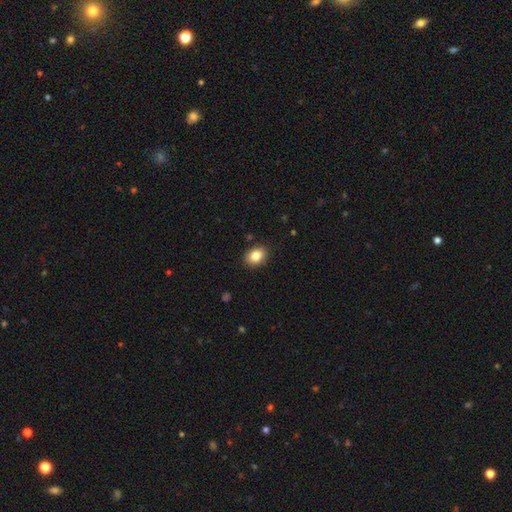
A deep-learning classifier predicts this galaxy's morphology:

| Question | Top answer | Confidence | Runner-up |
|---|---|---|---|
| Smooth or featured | smooth | 85% | star or artifact (9%) |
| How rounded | in between | 61% | round (38%) |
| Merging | none | 87% | minor disturbance (9%) |